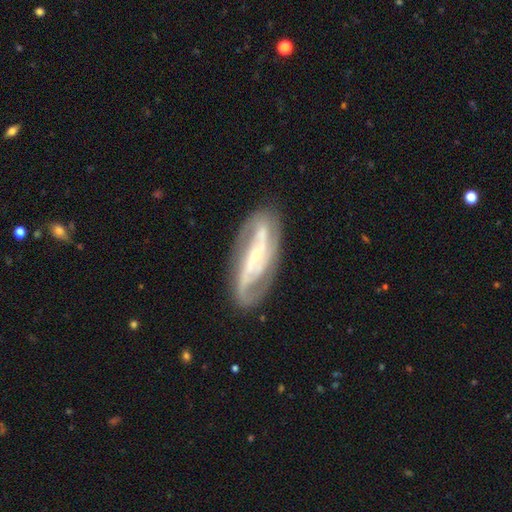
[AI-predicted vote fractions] Morphology: type=featured or disk (87%); edge-on=no (90%); bar=strong (48%); spiral arms=yes (95%); winding=medium (45%); arm count=2 (73%); bulge=small (76%); merging=none (76%).